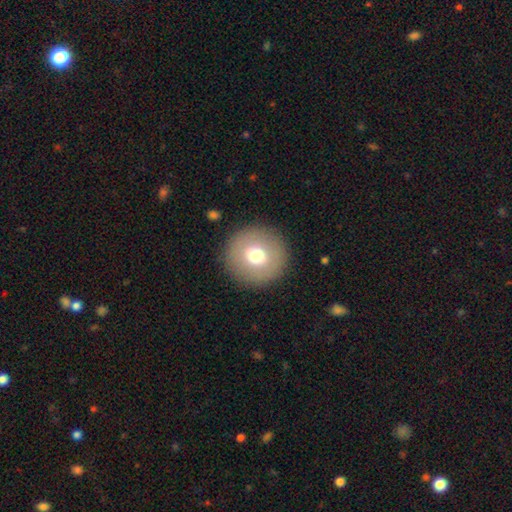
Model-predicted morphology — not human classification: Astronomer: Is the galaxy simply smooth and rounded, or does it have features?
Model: smooth — 70%.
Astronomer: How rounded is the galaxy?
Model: round — 96%.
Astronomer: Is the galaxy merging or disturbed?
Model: none — 91%.